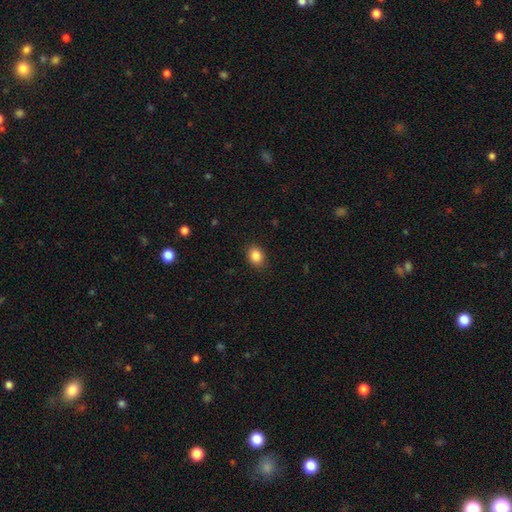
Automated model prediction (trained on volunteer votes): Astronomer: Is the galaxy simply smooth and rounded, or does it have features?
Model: smooth — 86%.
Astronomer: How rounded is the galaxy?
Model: in between — 55% (runner-up: round, 44%).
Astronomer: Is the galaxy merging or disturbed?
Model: none — 87%.